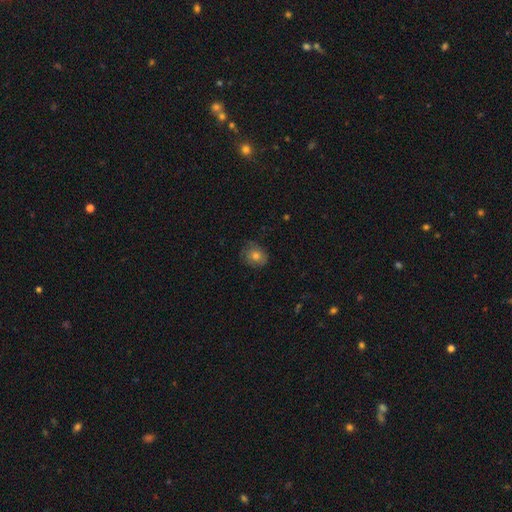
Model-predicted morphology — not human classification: This appears to be a smooth galaxy with no disk features (67%) that is round (65%). Merging: none (72%).